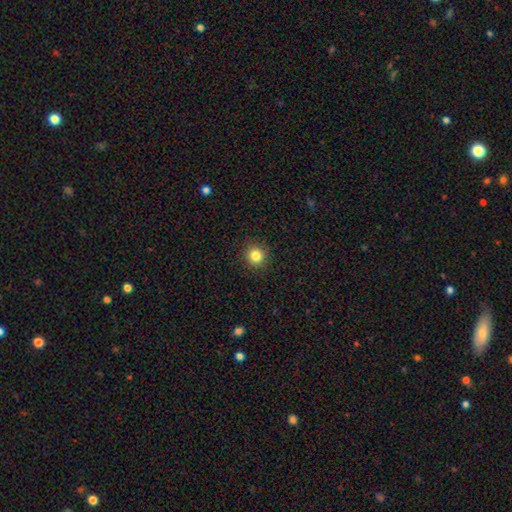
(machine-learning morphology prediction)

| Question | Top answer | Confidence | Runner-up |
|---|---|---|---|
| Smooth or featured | smooth | 83% | star or artifact (12%) |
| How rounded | round | 93% | in between (6%) |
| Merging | none | 91% | minor disturbance (6%) |